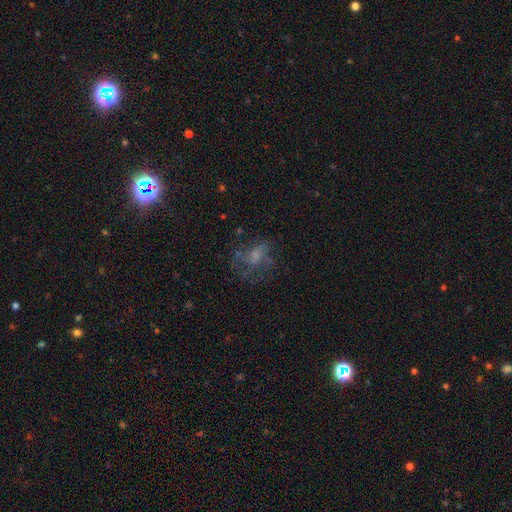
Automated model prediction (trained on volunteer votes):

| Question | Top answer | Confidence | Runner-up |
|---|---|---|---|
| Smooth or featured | featured or disk | 44% | smooth (38%) |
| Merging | none | 48% | major disturbance (29%) |